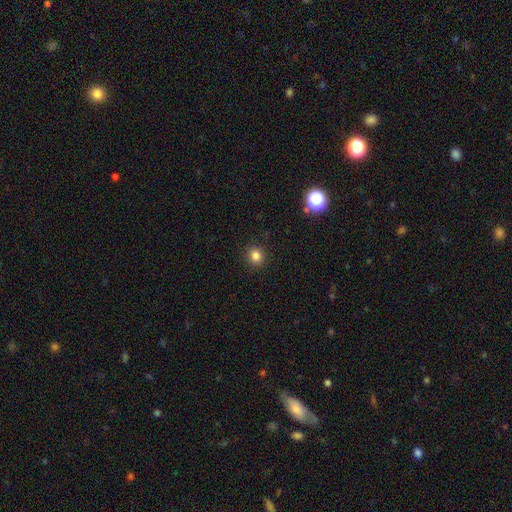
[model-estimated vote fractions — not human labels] This appears to be a smooth galaxy with no disk features (83%) that is round (84%). Merging: none (91%).